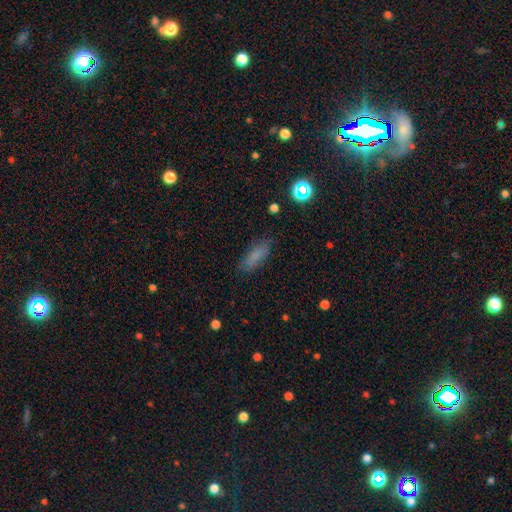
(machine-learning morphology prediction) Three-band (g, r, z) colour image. It shows a smooth galaxy with no disk features (77%) that is in between round and cigar-shaped (61%). Merging: none (81%).